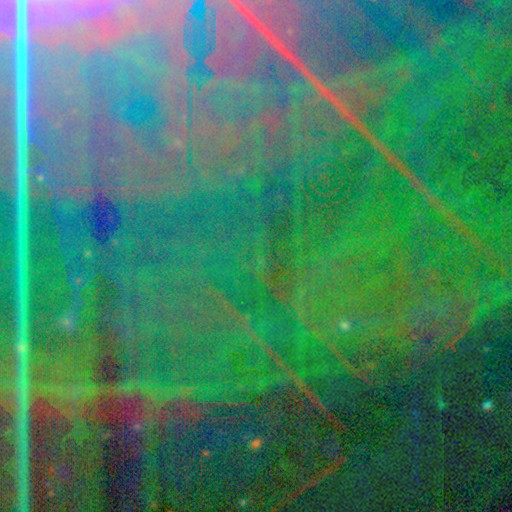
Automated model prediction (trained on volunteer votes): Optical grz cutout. It shows a star or artifact, not a galaxy (87%).